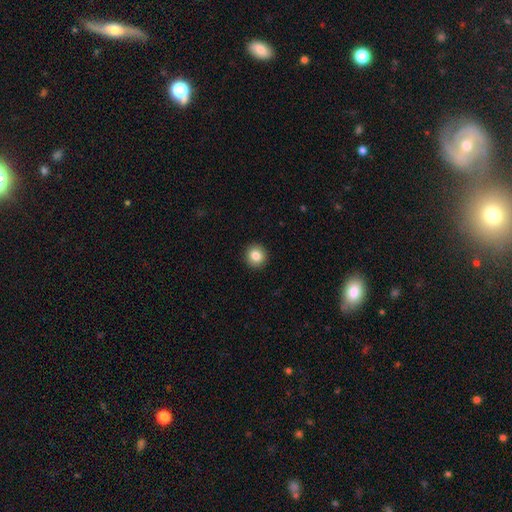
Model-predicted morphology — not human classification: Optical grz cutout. It shows a smooth galaxy with no disk features (84%) that is round (91%). Merging: none (93%).